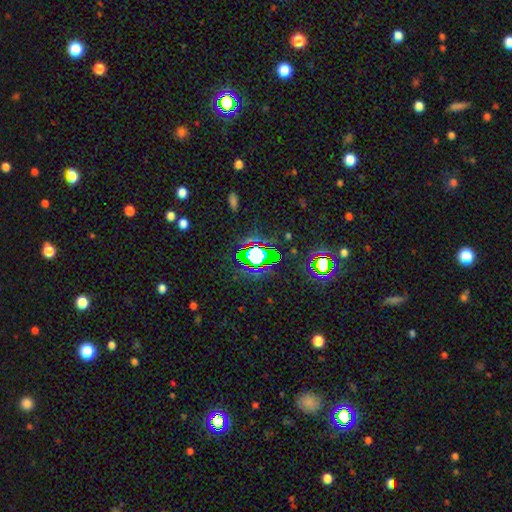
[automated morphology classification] star or artifact 63%, smooth 23%, featured or disk 14%.